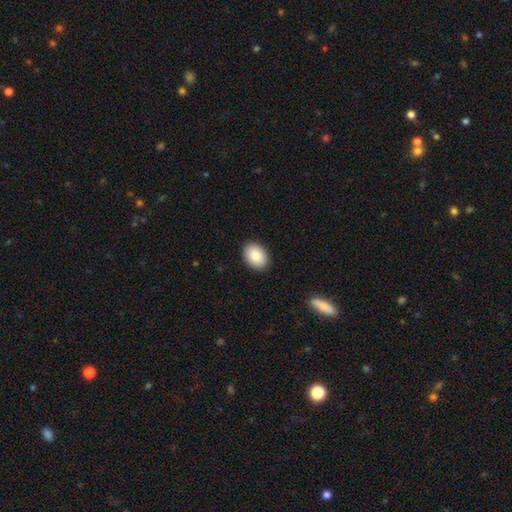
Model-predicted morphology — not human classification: smooth_or_featured: smooth (p=0.87) [alt: star or artifact p=0.07]
how_rounded: in between (p=0.77) [alt: round p=0.22]
merging: none (p=0.90) [alt: minor disturbance p=0.07]